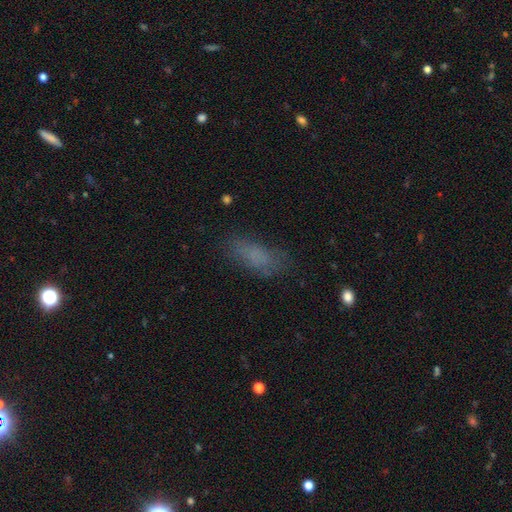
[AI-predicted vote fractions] This appears to be a smooth galaxy with no disk features (73%) that is in between round and cigar-shaped (73%). Merging: none (69%).